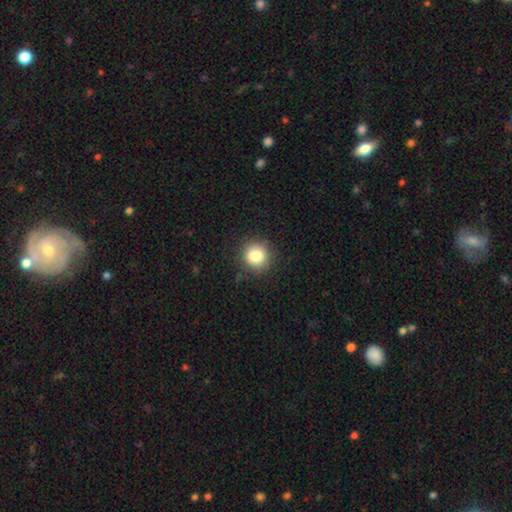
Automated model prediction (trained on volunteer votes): Smooth or featured: smooth — 84% (star or artifact — 11%)
How rounded: round — 91% (in between — 8%)
Merging: none — 88% (minor disturbance — 8%)